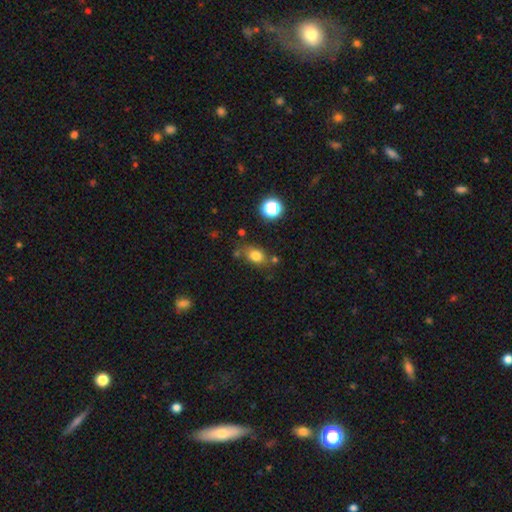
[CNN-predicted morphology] smooth-or-featured: smooth: 79% | star or artifact: 12% | featured or disk: 9%
  how-rounded: in between: 68% | round: 30% | cigar-shaped: 2%
  merging: none: 68% | minor disturbance: 18% | merger: 9% | major disturbance: 6%